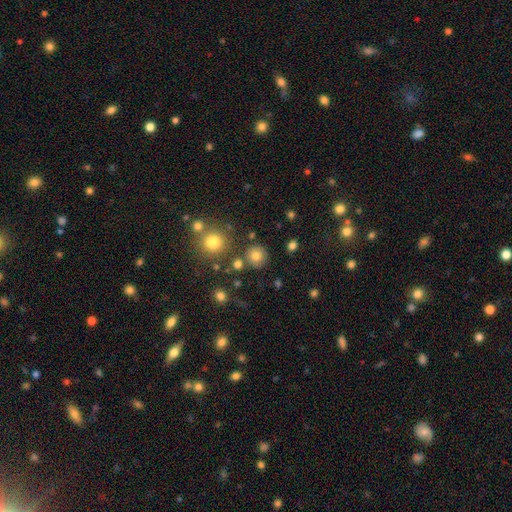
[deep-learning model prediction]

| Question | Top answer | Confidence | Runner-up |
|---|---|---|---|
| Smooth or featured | smooth | 79% | star or artifact (13%) |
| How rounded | round | 93% | in between (6%) |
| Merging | none | 84% | minor disturbance (8%) |